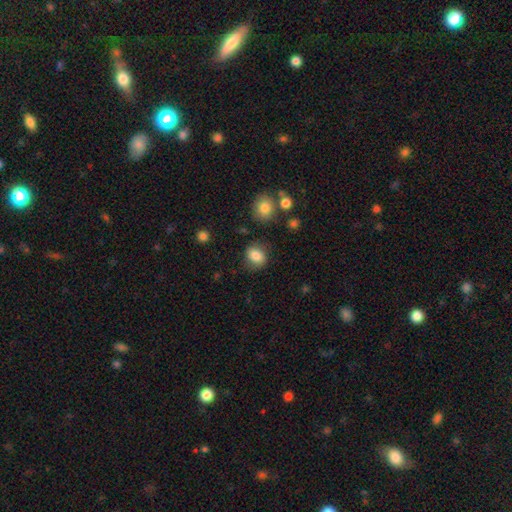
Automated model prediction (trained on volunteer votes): This is clearly a smooth galaxy (83%). How rounded: possibly round (57%). Merging: likely none (77%).